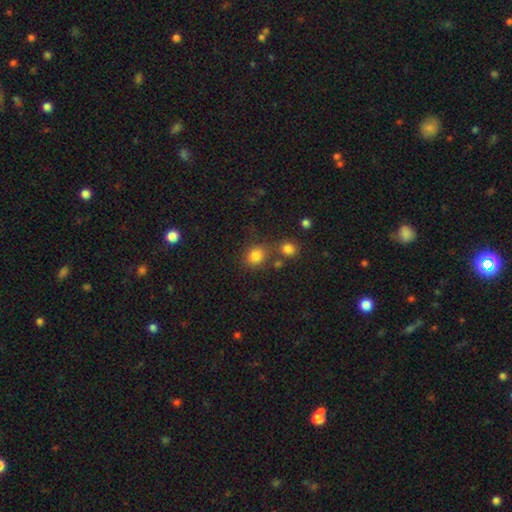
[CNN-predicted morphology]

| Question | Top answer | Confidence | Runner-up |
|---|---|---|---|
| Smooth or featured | smooth | 81% | star or artifact (13%) |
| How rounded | round | 70% | in between (29%) |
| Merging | none | 67% | merger (16%) |